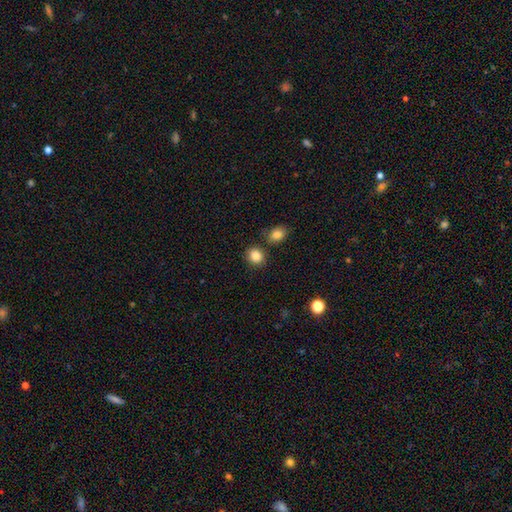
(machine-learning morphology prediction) Smooth or featured: smooth — 86% (star or artifact — 9%)
How rounded: round — 74% (in between — 25%)
Merging: none — 80% (merger — 9%)